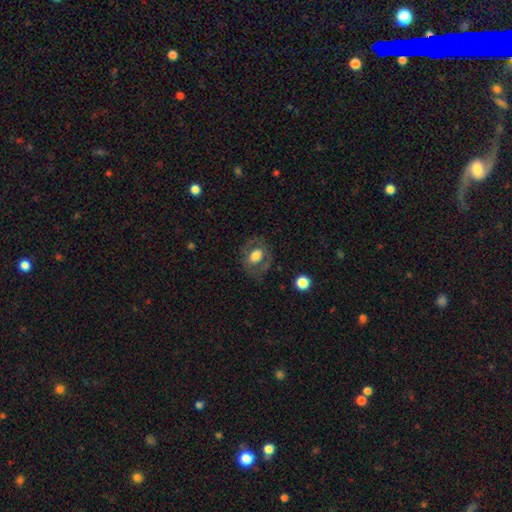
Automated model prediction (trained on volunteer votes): smooth-or-featured: smooth: 55% | featured or disk: 37% | star or artifact: 8%
  how-rounded: in between: 59% | round: 39% | cigar-shaped: 1%
  merging: none: 72% | minor disturbance: 16% | major disturbance: 11% | merger: 2%